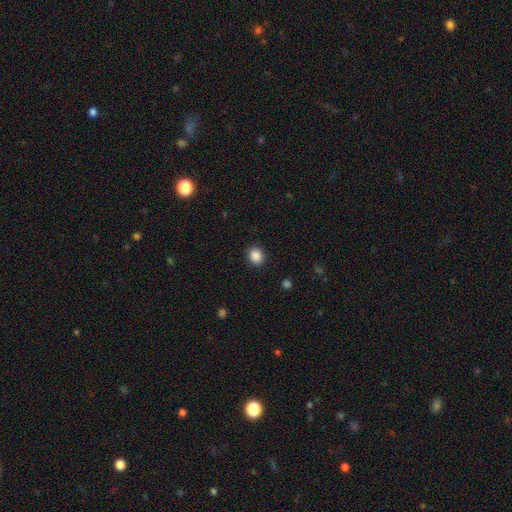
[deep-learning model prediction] smooth_or_featured: smooth (p=0.88) [alt: star or artifact p=0.09]
how_rounded: round (p=0.69) [alt: in between p=0.30]
merging: none (p=0.90) [alt: minor disturbance p=0.06]